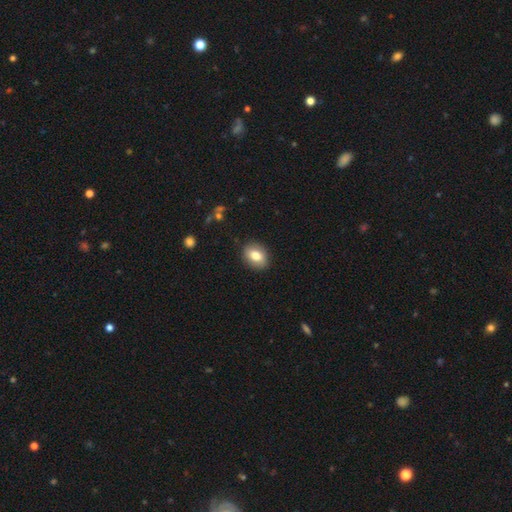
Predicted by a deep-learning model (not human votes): Morphology: type=smooth (80%); roundness=in between (67%); merging=none (87%).